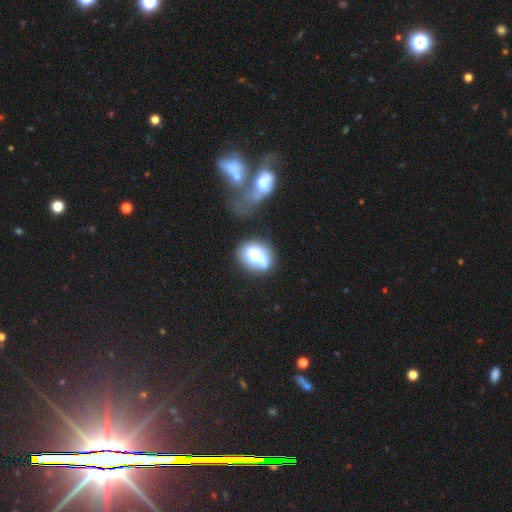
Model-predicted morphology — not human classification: Smooth or featured? Predicted: smooth (p=0.61). How rounded? Predicted: in between (p=0.63). Merging? Predicted: none (p=0.30).